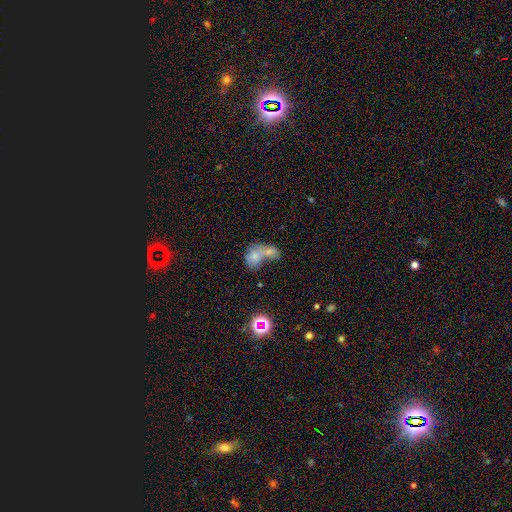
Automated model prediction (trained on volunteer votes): smooth-or-featured: smooth: 69% | featured or disk: 18% | star or artifact: 12%
  how-rounded: in between: 58% | round: 40% | cigar-shaped: 2%
  merging: merger: 72% | none: 16% | minor disturbance: 7% | major disturbance: 6%